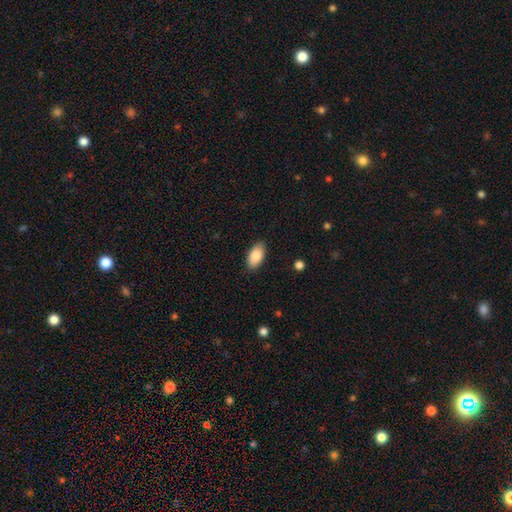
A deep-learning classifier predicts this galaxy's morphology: Overall: smooth (85%). How rounded: in between (94%). Merging: none (88%).